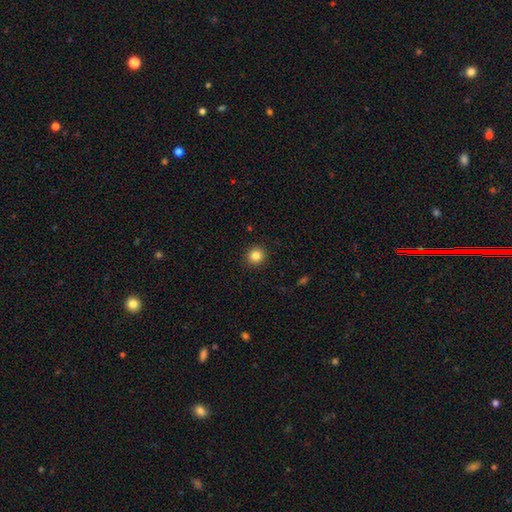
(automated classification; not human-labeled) Morphology: type=smooth (85%); roundness=round (91%); merging=none (92%).